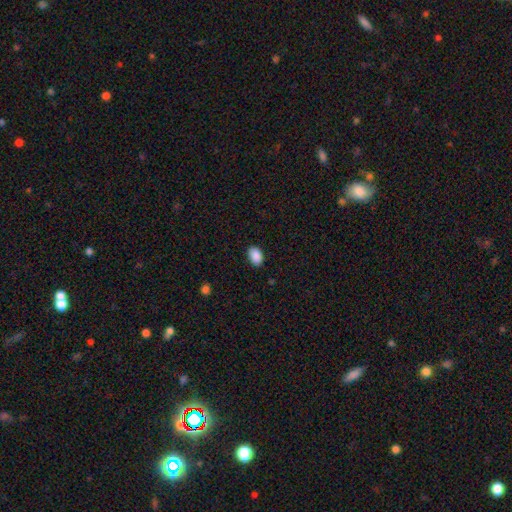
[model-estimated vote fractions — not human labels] Smooth or featured: smooth — 90% (star or artifact — 7%)
How rounded: in between — 91% (round — 8%)
Merging: none — 86% (minor disturbance — 11%)